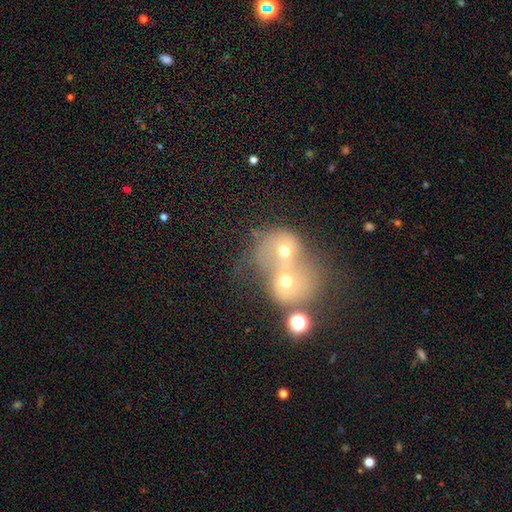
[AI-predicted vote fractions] Smooth or featured? Predicted: smooth (p=0.43). Merging? Predicted: merger (p=0.77).